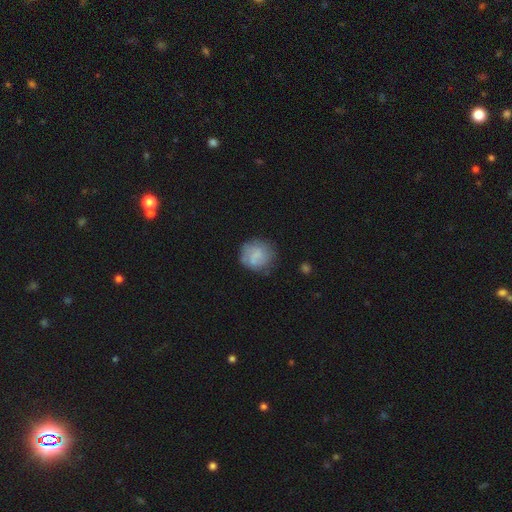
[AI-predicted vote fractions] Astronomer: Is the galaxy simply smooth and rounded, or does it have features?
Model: smooth — 64%.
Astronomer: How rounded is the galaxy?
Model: round — 84%.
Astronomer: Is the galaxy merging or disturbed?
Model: none — 66%.